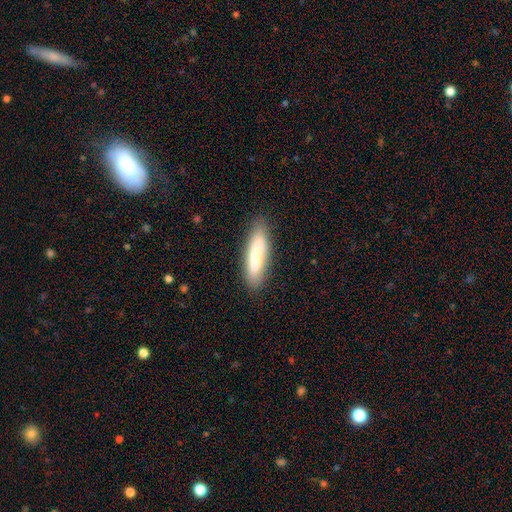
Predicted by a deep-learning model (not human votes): A smooth galaxy with no disk features (77%) that is cigar-shaped (71%). Merging: none (85%).